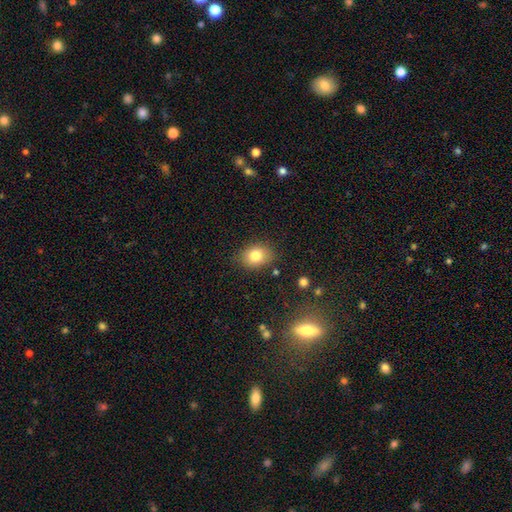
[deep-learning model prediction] Smooth or featured: smooth — 80% (featured or disk — 10%)
How rounded: in between — 60% (round — 39%)
Merging: none — 82% (minor disturbance — 13%)